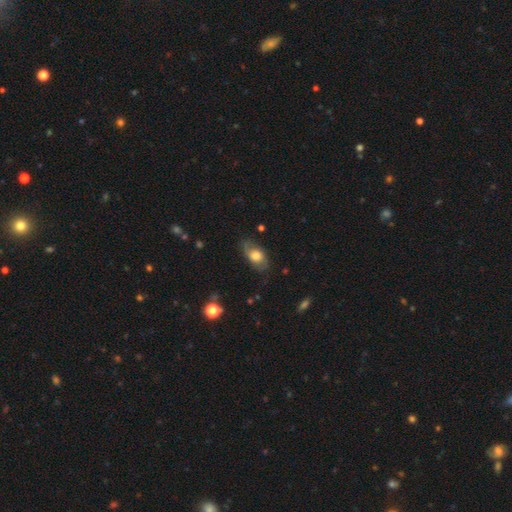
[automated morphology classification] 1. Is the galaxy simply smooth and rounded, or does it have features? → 47% smooth, 45% featured or disk, 8% star or artifact.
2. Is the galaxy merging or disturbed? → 69% none, 21% minor disturbance, 8% major disturbance, 1% merger.